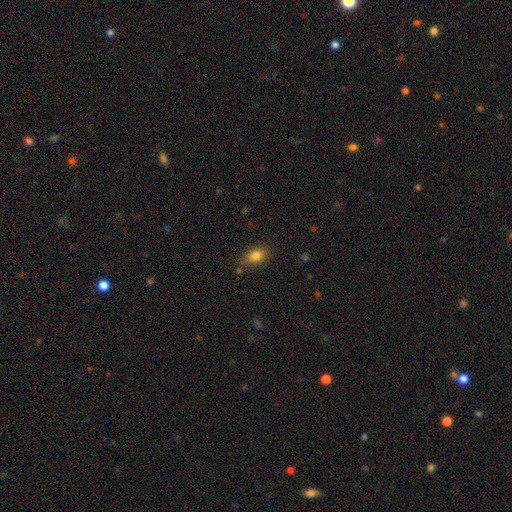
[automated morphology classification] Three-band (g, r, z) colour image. It shows a smooth galaxy with no disk features (82%) that is in between round and cigar-shaped (78%). Merging: none (73%).